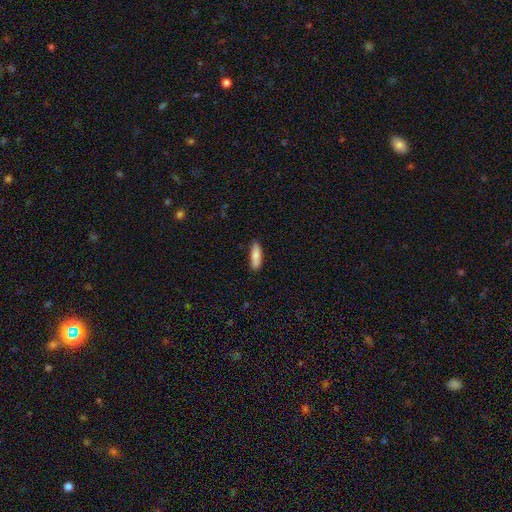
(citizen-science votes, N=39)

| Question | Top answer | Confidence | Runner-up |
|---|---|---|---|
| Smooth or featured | smooth | 87% | star or artifact (8%) |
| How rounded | cigar-shaped | 62% | in between (35%) |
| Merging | none | 75% | minor disturbance (17%) |